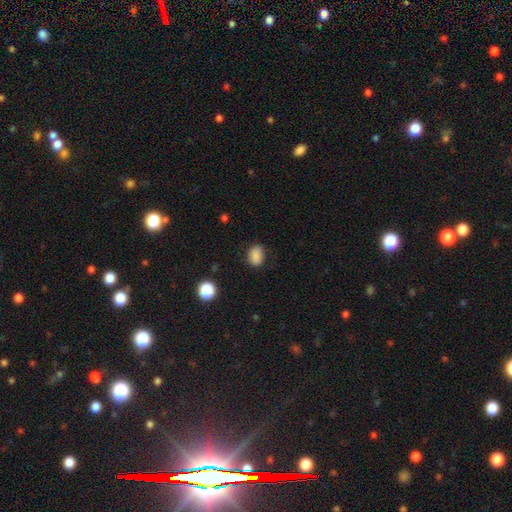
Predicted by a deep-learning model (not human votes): Smooth or featured: smooth — 86% (star or artifact — 10%)
How rounded: in between — 74% (round — 25%)
Merging: none — 80% (minor disturbance — 15%)